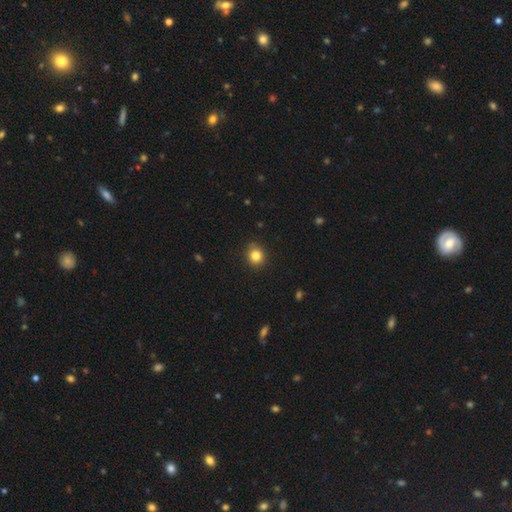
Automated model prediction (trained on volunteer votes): This appears to be a smooth galaxy with no disk features (83%) that is round (78%). Merging: none (87%).